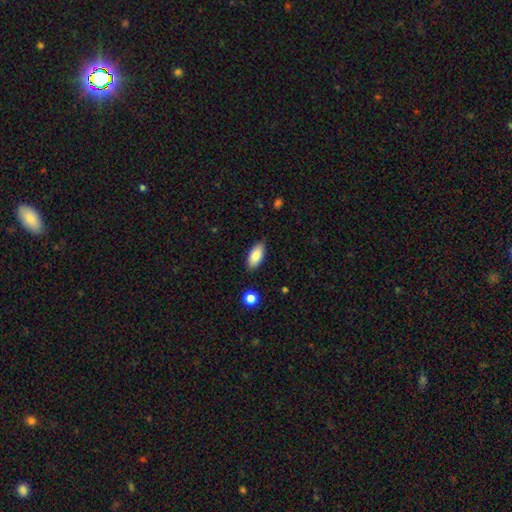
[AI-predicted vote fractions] smooth_or_featured: smooth (p=0.86) [alt: featured or disk p=0.08]
how_rounded: in between (p=0.89) [alt: cigar-shaped p=0.08]
merging: none (p=0.87) [alt: minor disturbance p=0.09]